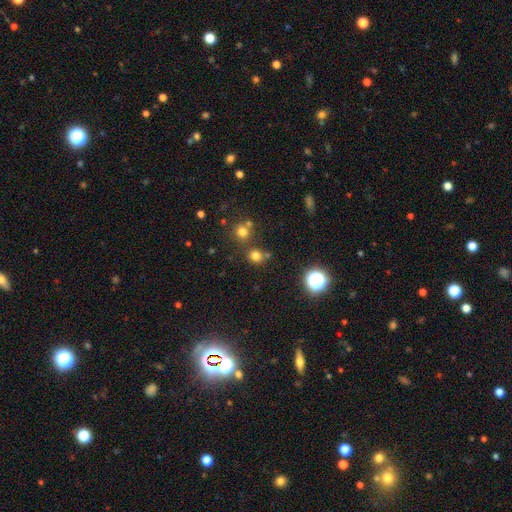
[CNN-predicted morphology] This appears to be a smooth galaxy with no disk features (72%) that is round (87%). Merging: none (72%).